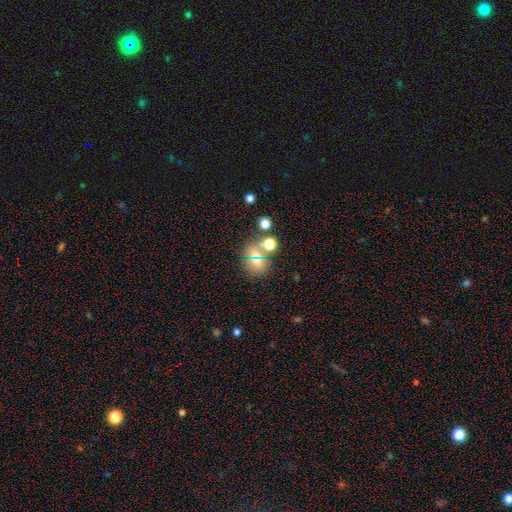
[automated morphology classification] type=smooth (62%); roundness=round (68%); merging=none (61%).